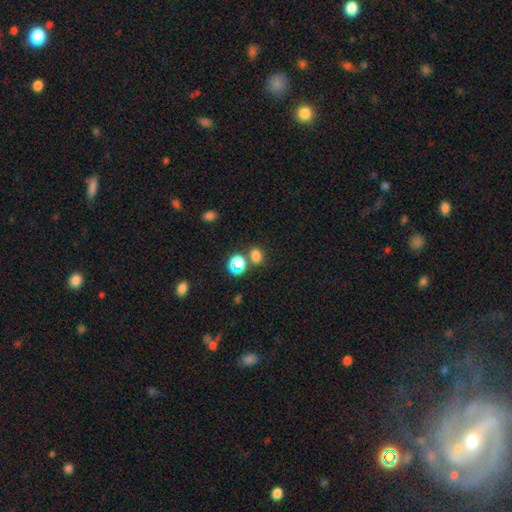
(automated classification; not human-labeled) Smooth or featured? Predicted: smooth (p=0.75). How rounded? Predicted: round (p=0.53). Merging? Predicted: none (p=0.70).